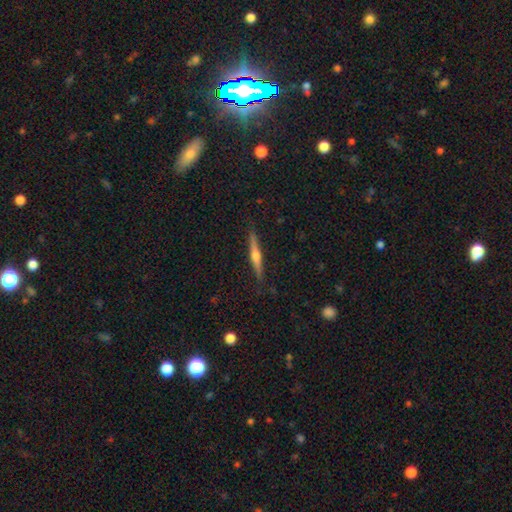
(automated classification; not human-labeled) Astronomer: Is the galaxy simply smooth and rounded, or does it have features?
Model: featured or disk — 65%.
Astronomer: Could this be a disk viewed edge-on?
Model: yes — 98%.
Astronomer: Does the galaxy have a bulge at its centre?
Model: rounded — 87%.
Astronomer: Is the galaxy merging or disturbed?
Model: none — 88%.